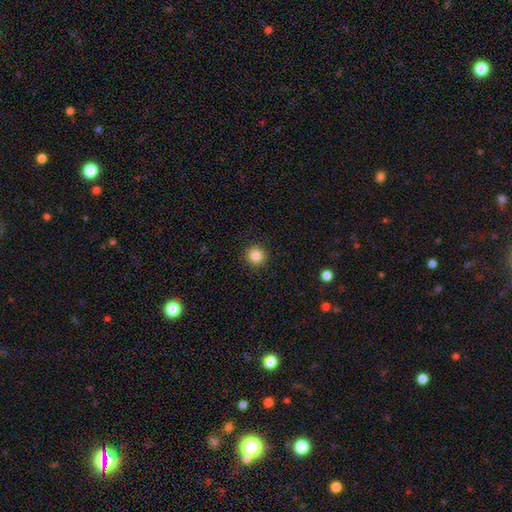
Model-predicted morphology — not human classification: Smooth or featured?
  - smooth: 85% *
  - star or artifact: 11%
  - featured or disk: 4%
How rounded?
  - round: 94% *
  - in between: 5%
  - cigar-shaped: 1%
Merging?
  - none: 91% *
  - minor disturbance: 6%
  - major disturbance: 2%
  - merger: 1%